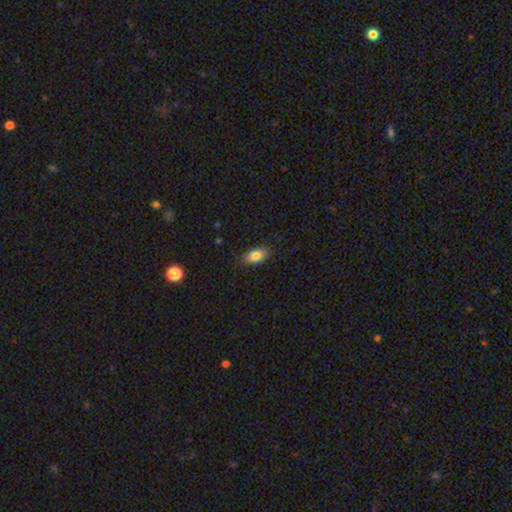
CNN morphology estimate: This is clearly a smooth galaxy (84%). How rounded: clearly in between (89%). Merging: clearly none (82%).